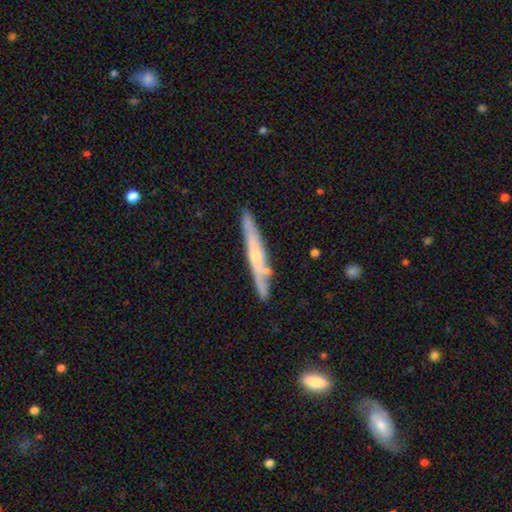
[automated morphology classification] Overall: featured or disk (58%; smooth 36%). Edge-on disk: yes (90%). Edge-on bulge: rounded (55%; none 40%). Merging: none (79%).